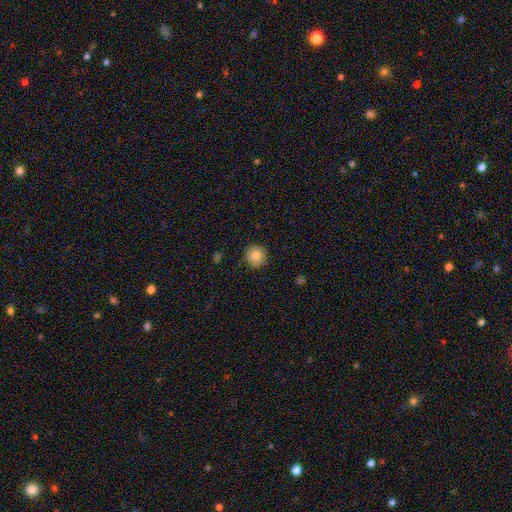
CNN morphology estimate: Smooth or featured: smooth — 82% (star or artifact — 9%)
How rounded: round — 93% (in between — 6%)
Merging: none — 88% (minor disturbance — 9%)